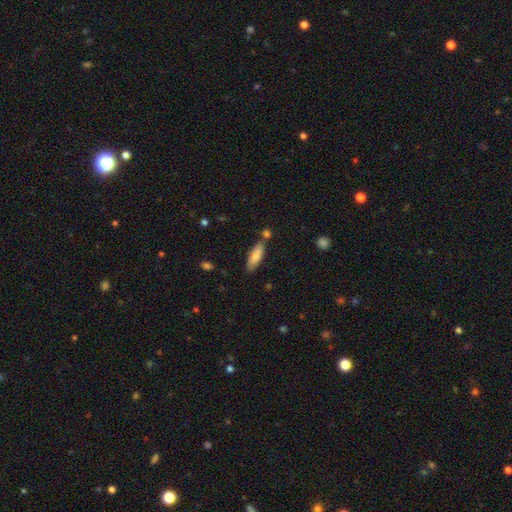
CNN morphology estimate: A smooth galaxy with no disk features (79%) that is in between round and cigar-shaped (51%). Merging: none (72%).